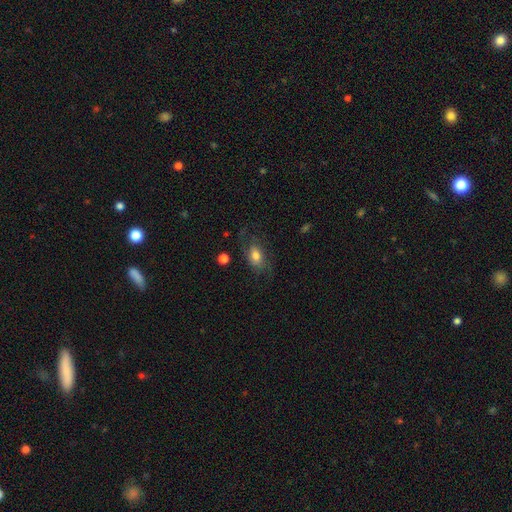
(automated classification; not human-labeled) A smooth galaxy with no disk features (65%) that is in between round and cigar-shaped (82%).

Vote fractions:
- Smooth or featured? smooth: 65% / featured or disk: 26% / star or artifact: 9%
- How rounded? in between: 82% / round: 14% / cigar-shaped: 3%
- Merging? none: 56% / minor disturbance: 23% / major disturbance: 19% / merger: 2%